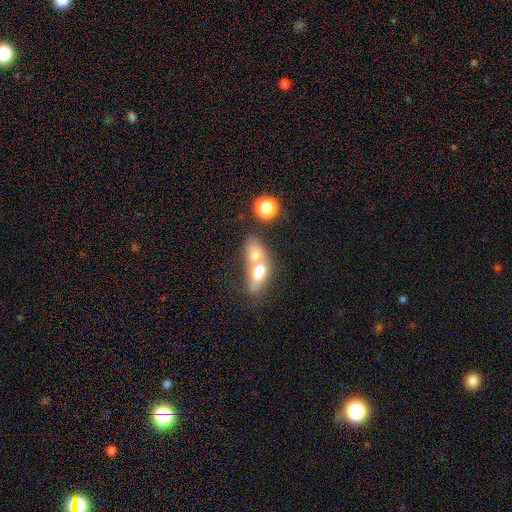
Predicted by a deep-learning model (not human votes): smooth 64%, featured or disk 25%, star or artifact 11%. Down the decision tree: how rounded — in between (67%); merging — merger (71%).